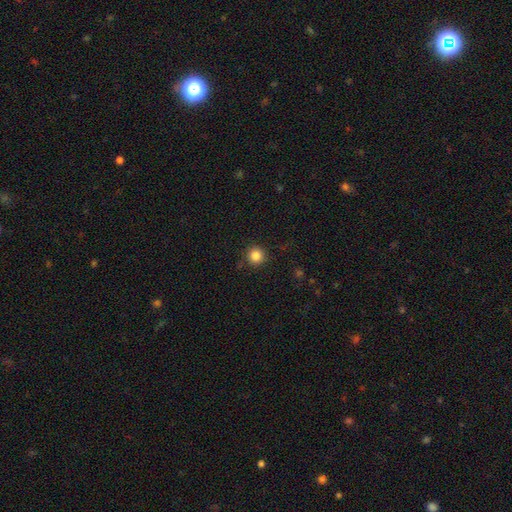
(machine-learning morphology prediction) This is clearly a smooth galaxy (85%). How rounded: clearly round (95%). Merging: clearly none (89%).